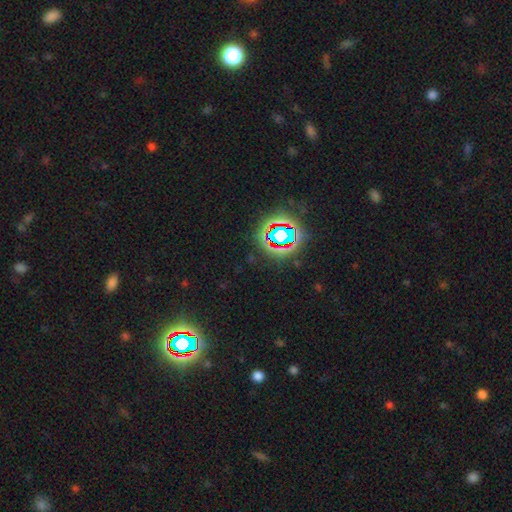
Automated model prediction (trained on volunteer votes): Overall: star or artifact (79%).